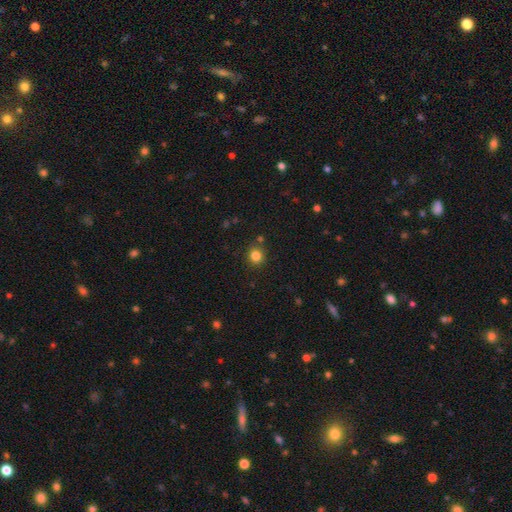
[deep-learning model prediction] Overall: smooth (83%). How rounded: round (88%). Merging: none (85%).